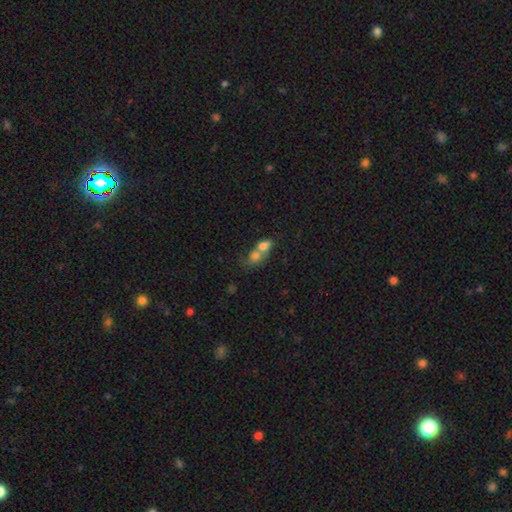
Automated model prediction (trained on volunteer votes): This appears to be a smooth galaxy with no disk features (71%) that is in between round and cigar-shaped (56%). Merging: merger (77%).